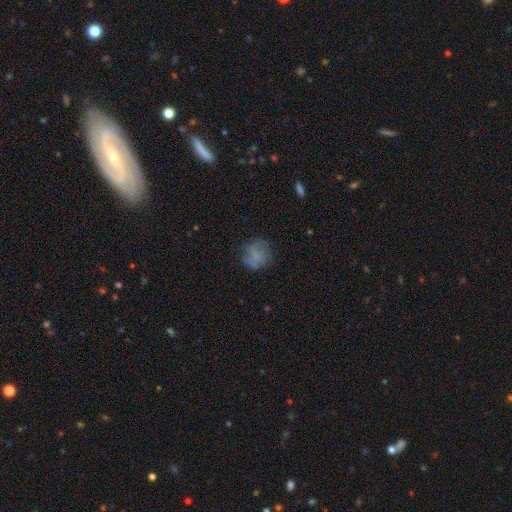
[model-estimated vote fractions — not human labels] Morphology: type=smooth (69%); roundness=round (79%); merging=none (66%).